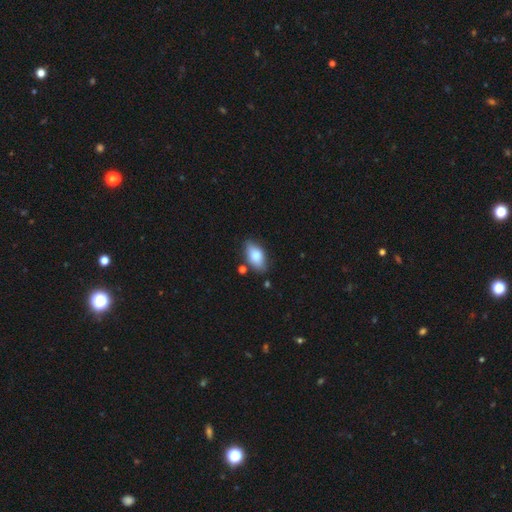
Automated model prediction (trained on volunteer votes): The model was most divided on "smooth or featured": smooth: 78%, featured or disk: 15%, star or artifact: 7%. More confident: how rounded — in between (90%); merging — none (79%).